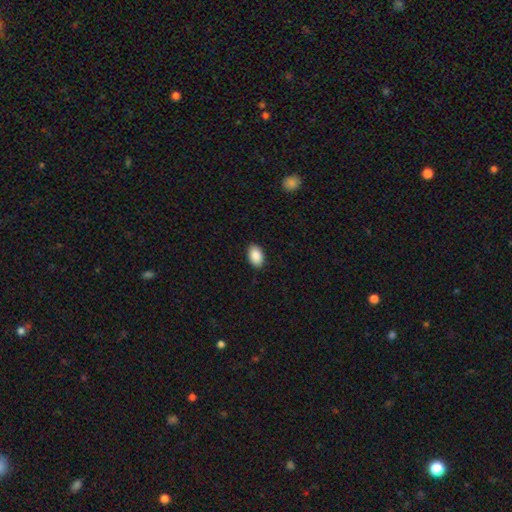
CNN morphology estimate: Q: Smooth or featured?
A: smooth (90%); runner-up: star or artifact (7%)
Q: How rounded?
A: in between (90%); runner-up: round (8%)
Q: Merging?
A: none (89%); runner-up: minor disturbance (8%)